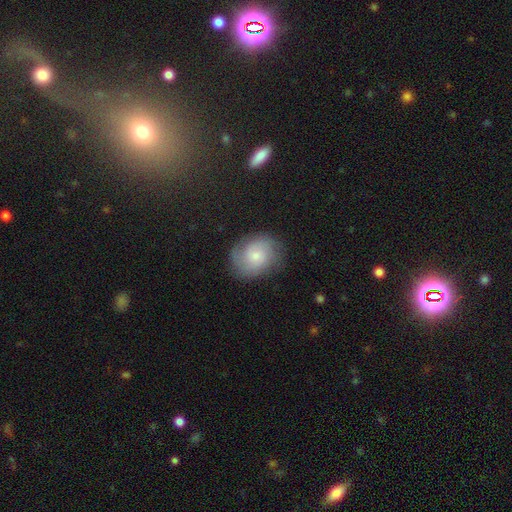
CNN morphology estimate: This appears to be a featured or disk galaxy (46%). Merging: none (75%).